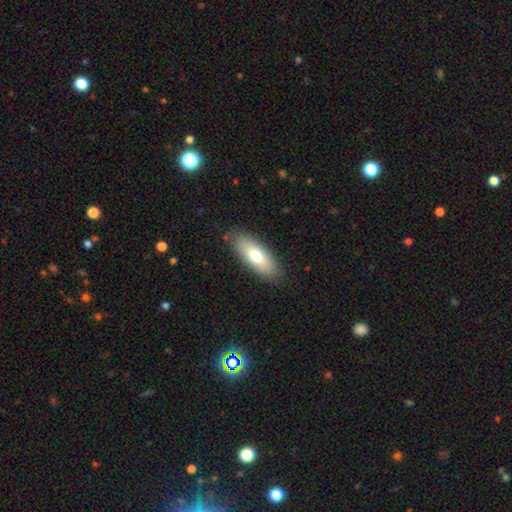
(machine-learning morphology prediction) This is likely a smooth galaxy (72%). How rounded: likely in between (70%). Merging: clearly none (86%).